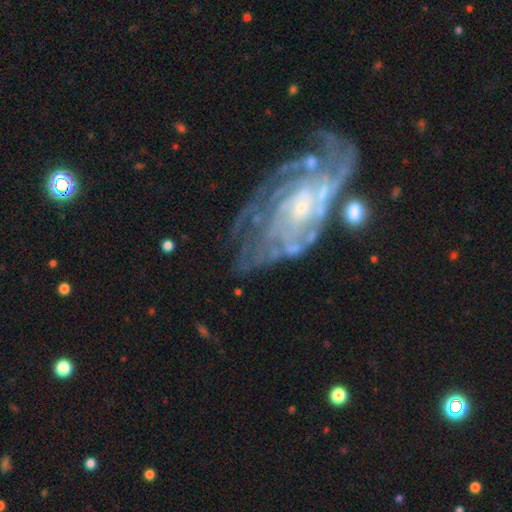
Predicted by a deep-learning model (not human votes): Q: Smooth or featured?
A: featured or disk (84%); runner-up: smooth (8%)
Q: Edge-on disk?
A: no (95%); runner-up: yes (5%)
Q: Bar?
A: no (63%); runner-up: weak (29%)
Q: Spiral arms?
A: yes (90%); runner-up: no (10%)
Q: Spiral winding?
A: tight (62%); runner-up: medium (28%)
Q: Spiral arm count?
A: can't tell (46%); runner-up: 4 (13%)
Q: Bulge size?
A: small (71%); runner-up: moderate (18%)
Q: Merging?
A: none (56%); runner-up: minor disturbance (20%)